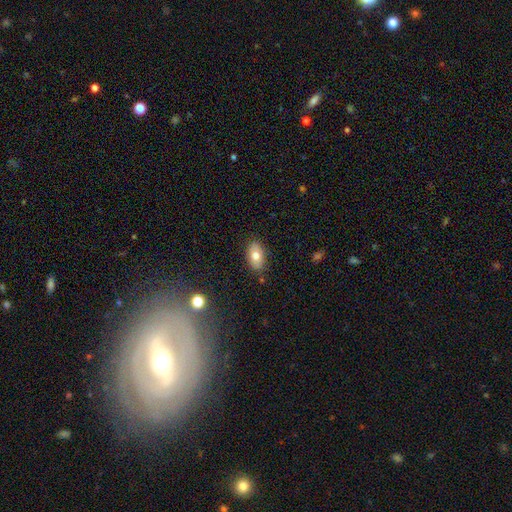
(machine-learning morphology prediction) type=smooth (76%); roundness=in between (91%); merging=none (84%).